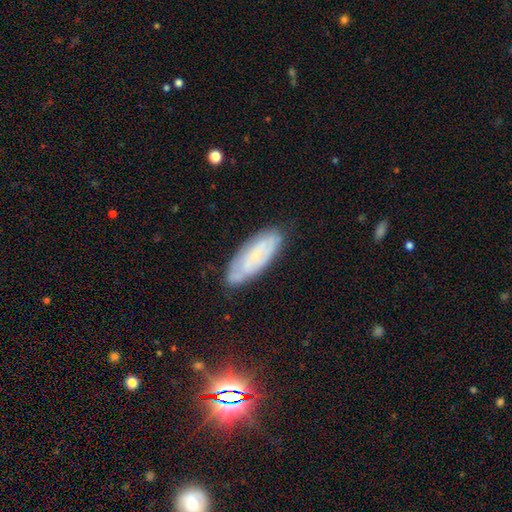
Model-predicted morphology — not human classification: This appears to be a featured or disk galaxy (53%). Merging: none (79%).